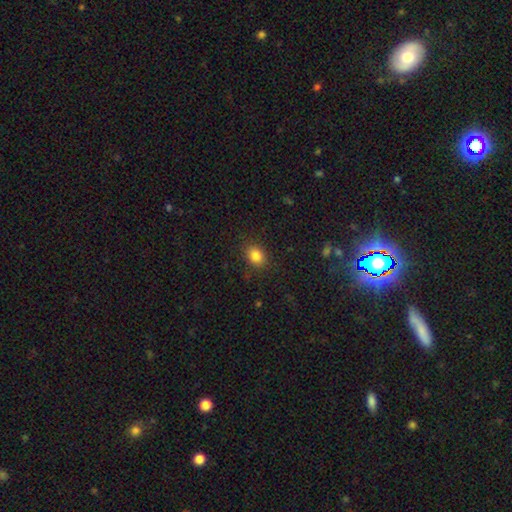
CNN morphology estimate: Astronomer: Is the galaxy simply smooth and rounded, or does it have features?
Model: smooth — 84%.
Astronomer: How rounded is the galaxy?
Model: in between — 53% (runner-up: round, 46%).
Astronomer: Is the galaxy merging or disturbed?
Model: none — 86%.